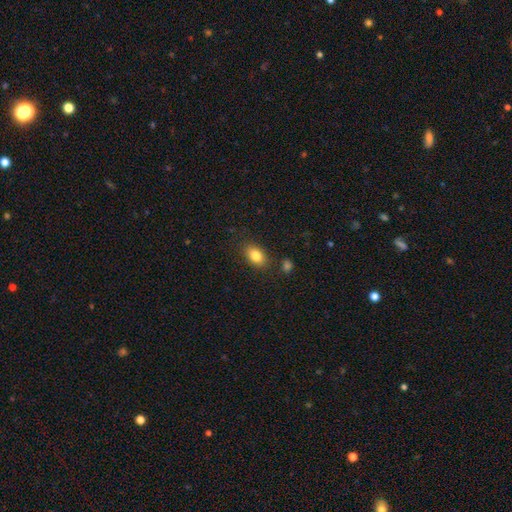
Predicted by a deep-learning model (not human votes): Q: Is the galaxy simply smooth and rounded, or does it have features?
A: smooth — 84%.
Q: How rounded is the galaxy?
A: in between — 86%.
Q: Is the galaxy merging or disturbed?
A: none — 83%.